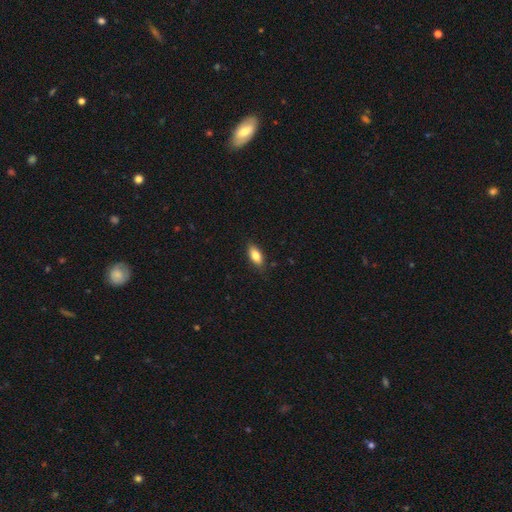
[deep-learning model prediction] Morphology: type=smooth (82%); roundness=in between (87%); merging=none (85%).